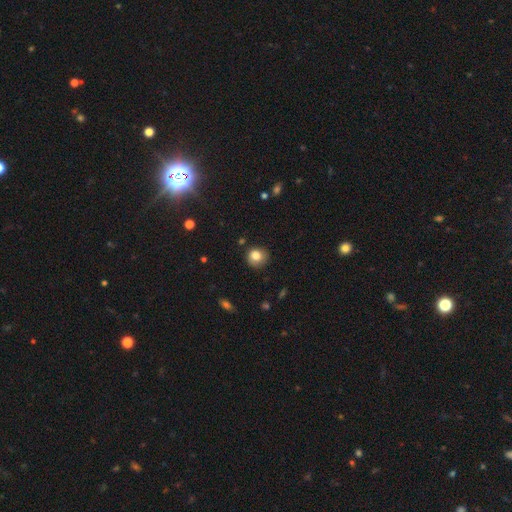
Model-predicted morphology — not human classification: type=smooth (81%); roundness=round (87%); merging=none (78%).